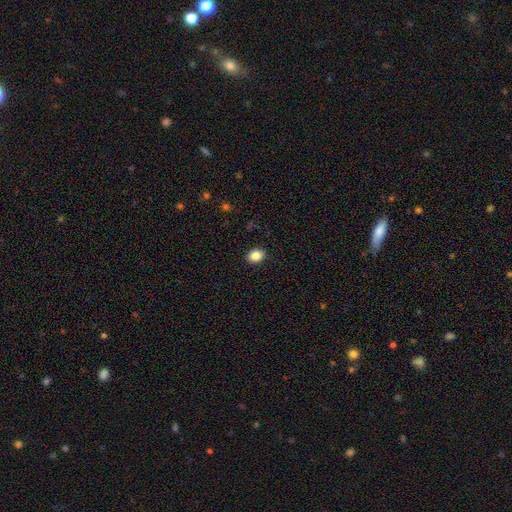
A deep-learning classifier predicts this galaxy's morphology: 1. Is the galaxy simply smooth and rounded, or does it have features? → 86% smooth, 9% star or artifact, 4% featured or disk.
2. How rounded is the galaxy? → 54% in between, 45% round, 1% cigar-shaped.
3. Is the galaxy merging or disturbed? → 91% none, 7% minor disturbance, 2% major disturbance, 1% merger.